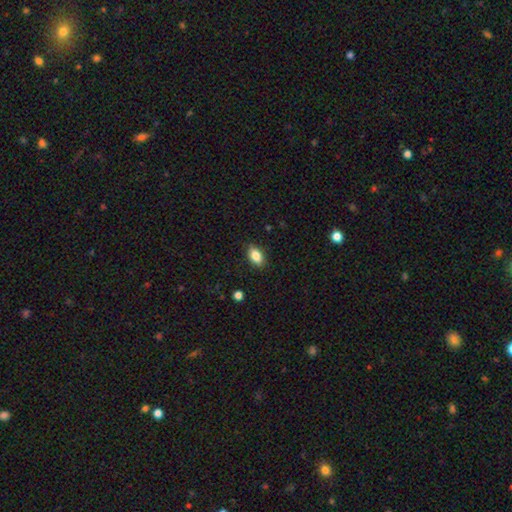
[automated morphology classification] Smooth or featured? Predicted: smooth (p=0.84). How rounded? Predicted: in between (p=0.89). Merging? Predicted: none (p=0.87).